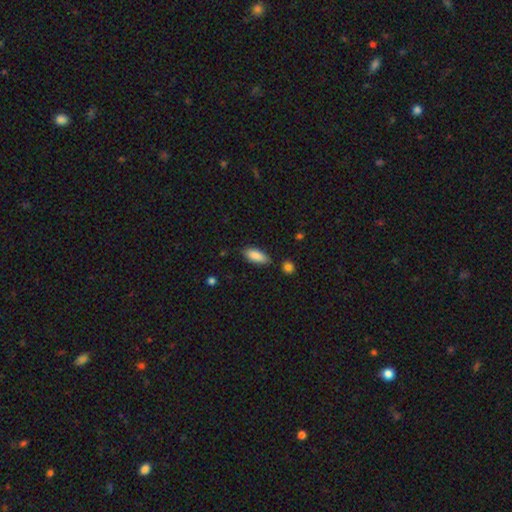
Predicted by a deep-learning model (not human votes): Smooth or featured? smooth (87%)
How rounded? in between (80%)
Merging? none (80%)